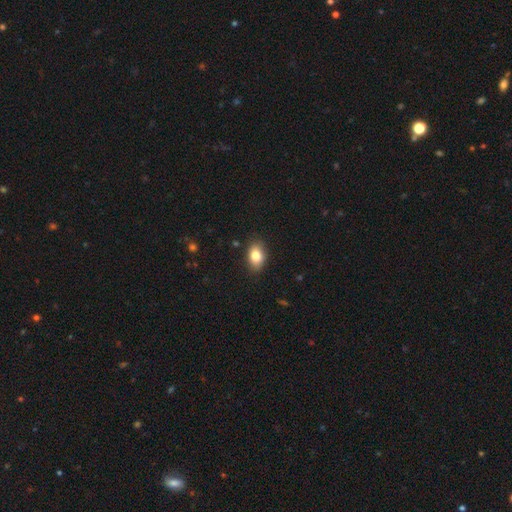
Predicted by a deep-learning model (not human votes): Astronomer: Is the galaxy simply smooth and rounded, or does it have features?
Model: smooth — 82%.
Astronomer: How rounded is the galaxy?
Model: in between — 84%.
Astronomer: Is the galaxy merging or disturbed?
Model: none — 85%.